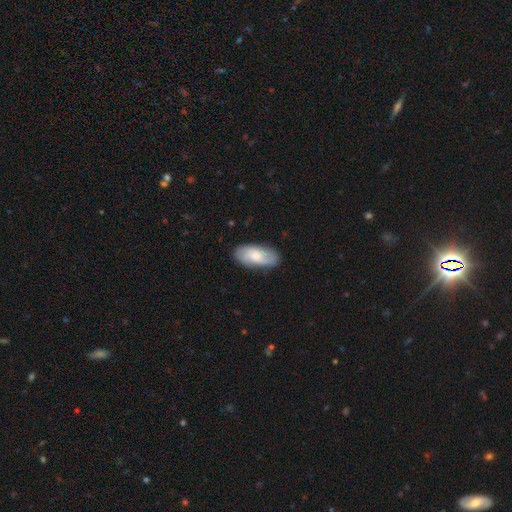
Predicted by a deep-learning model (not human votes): The model was most divided on "smooth or featured": smooth: 60%, featured or disk: 34%, star or artifact: 6%. More confident: how rounded — in between (89%); merging — none (81%).